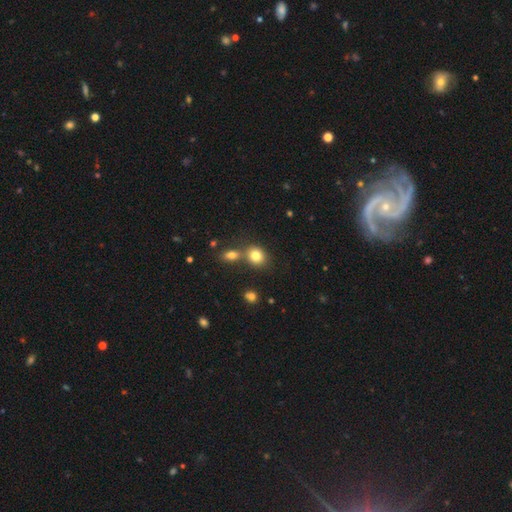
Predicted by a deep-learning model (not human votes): This is clearly a smooth galaxy (81%). How rounded: likely round (62%). Merging: possibly none (58%).